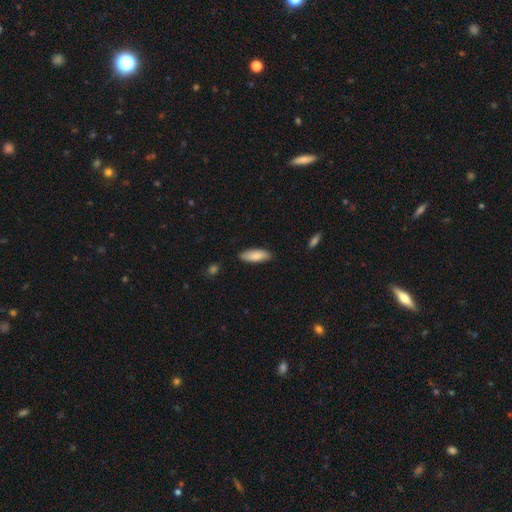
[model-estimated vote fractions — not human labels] smooth 85%, featured or disk 9%, star or artifact 6%. Down the decision tree: how rounded — in between (68%); merging — none (84%).